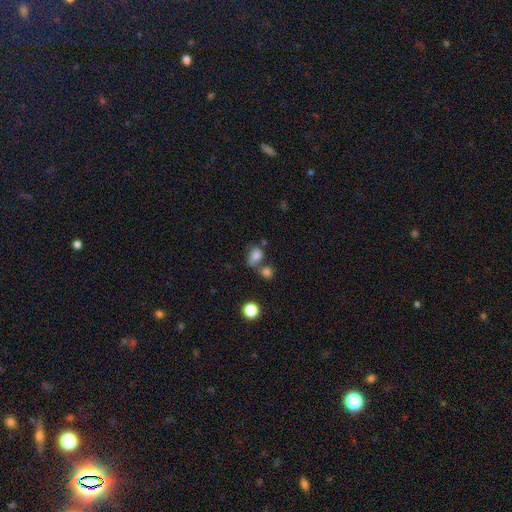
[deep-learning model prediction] Q: Smooth or featured?
A: smooth (79%); runner-up: star or artifact (13%)
Q: How rounded?
A: in between (66%); runner-up: round (32%)
Q: Merging?
A: none (41%); runner-up: merger (34%)